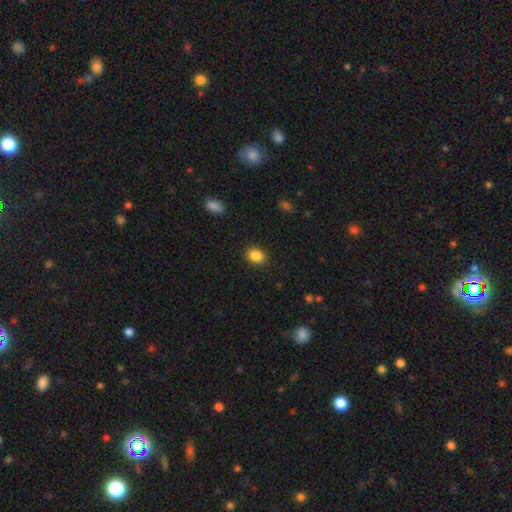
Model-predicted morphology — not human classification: Overall: smooth (87%). How rounded: in between (52%; round 47%). Merging: none (89%).